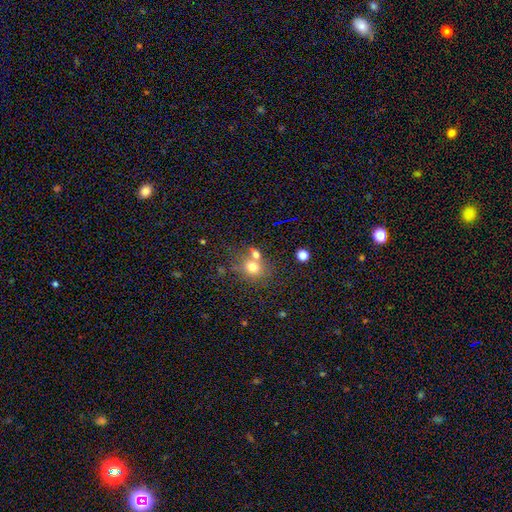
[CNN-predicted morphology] smooth 70%, star or artifact 16%, featured or disk 15%. Down the decision tree: how rounded — round (69%); merging — none (51%).